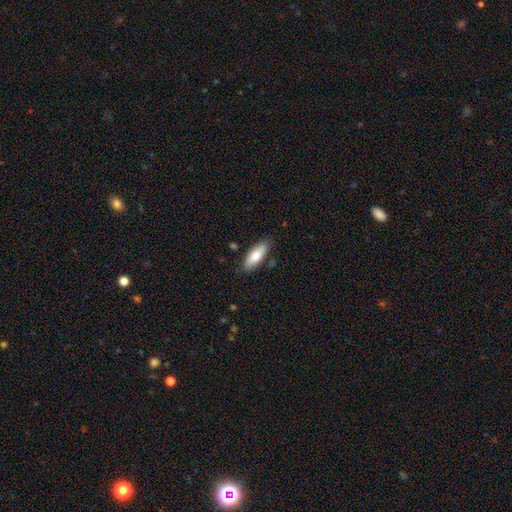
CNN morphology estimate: Smooth or featured?
  - smooth: 76% *
  - featured or disk: 18%
  - star or artifact: 6%
How rounded?
  - in between: 73% *
  - cigar-shaped: 25%
  - round: 2%
Merging?
  - none: 83% *
  - minor disturbance: 13%
  - major disturbance: 2%
  - merger: 2%